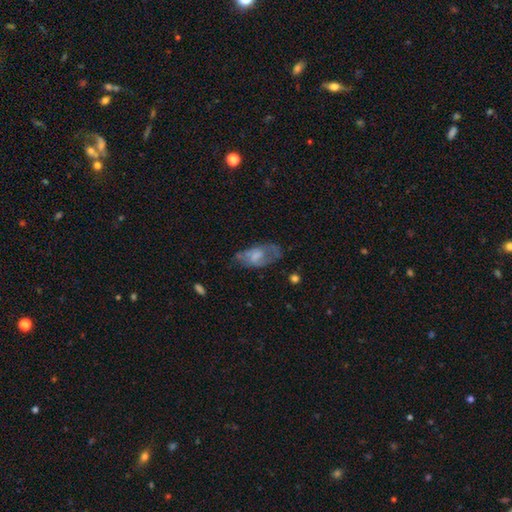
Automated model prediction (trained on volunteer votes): Q: Smooth or featured?
A: featured or disk (50%); runner-up: smooth (42%)
Q: Edge-on disk?
A: no (91%); runner-up: yes (9%)
Q: Merging?
A: none (47%); runner-up: minor disturbance (27%)